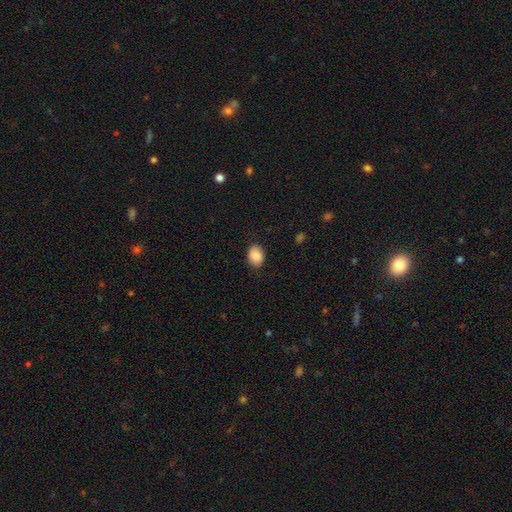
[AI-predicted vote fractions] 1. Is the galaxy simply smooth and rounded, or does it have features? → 89% smooth, 7% star or artifact, 4% featured or disk.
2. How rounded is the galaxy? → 73% in between, 26% round, 1% cigar-shaped.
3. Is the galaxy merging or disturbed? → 84% none, 12% minor disturbance, 3% major disturbance, 1% merger.